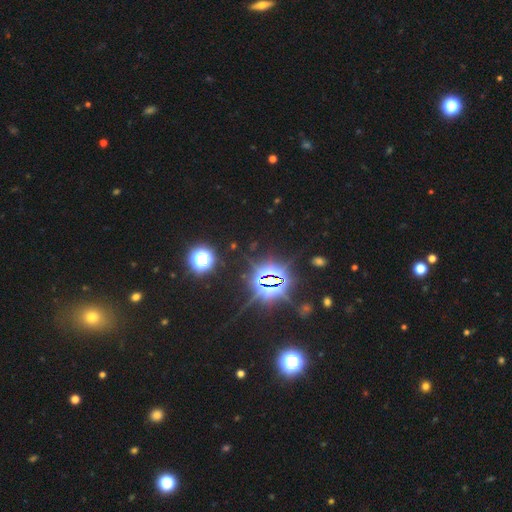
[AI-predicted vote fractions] Morphology: type=star or artifact (81%).